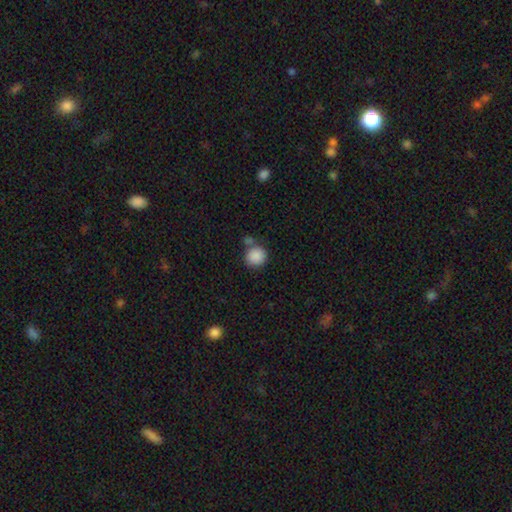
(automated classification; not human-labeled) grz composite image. It shows a smooth galaxy with no disk features (88%) that is round (90%). Merging: none (64%).